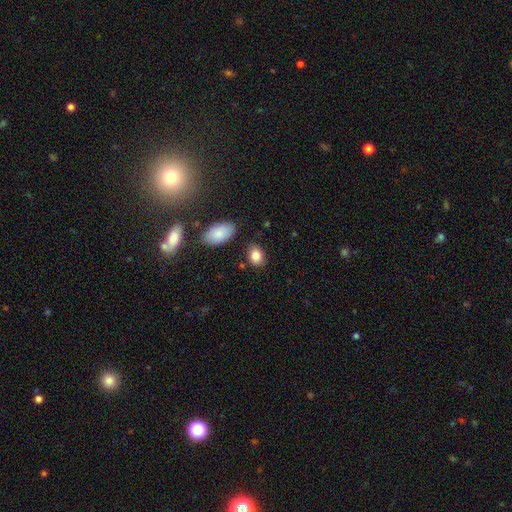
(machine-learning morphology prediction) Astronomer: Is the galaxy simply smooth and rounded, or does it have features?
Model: smooth — 85%.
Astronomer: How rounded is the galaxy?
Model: in between — 72%.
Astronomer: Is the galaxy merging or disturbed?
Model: none — 79%.